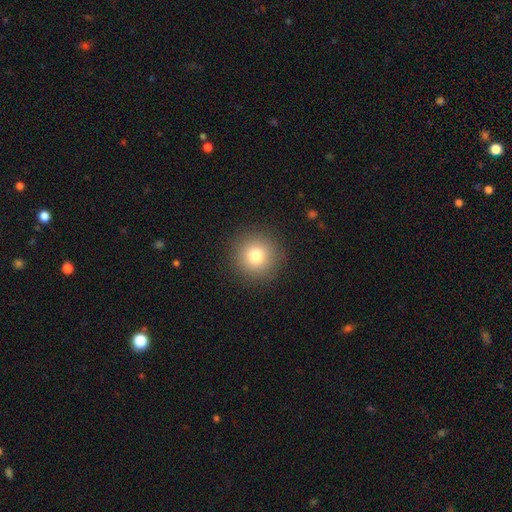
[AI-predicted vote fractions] smooth_or_featured: smooth (p=0.79) [alt: star or artifact p=0.12]
how_rounded: round (p=0.95) [alt: in between p=0.04]
merging: none (p=0.91) [alt: minor disturbance p=0.06]